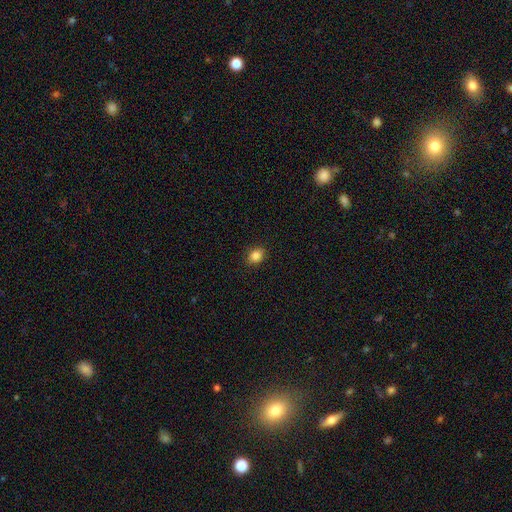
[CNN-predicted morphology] Smooth or featured?
  - smooth: 86% *
  - star or artifact: 10%
  - featured or disk: 5%
How rounded?
  - in between: 54% *
  - round: 45%
  - cigar-shaped: 1%
Merging?
  - none: 89% *
  - minor disturbance: 8%
  - major disturbance: 2%
  - merger: 1%